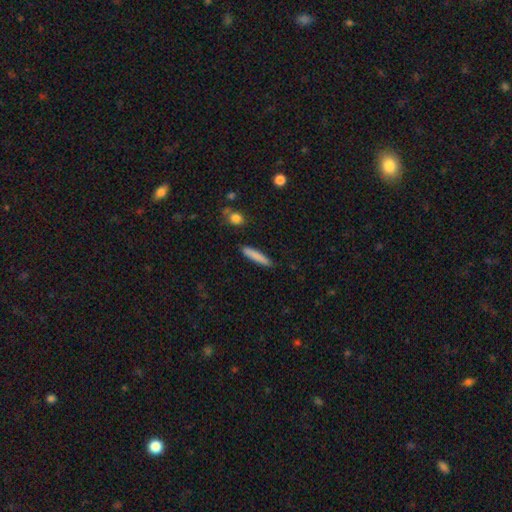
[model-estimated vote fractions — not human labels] smooth_or_featured: smooth (p=0.82) [alt: featured or disk p=0.11]
how_rounded: cigar-shaped (p=0.90) [alt: in between p=0.09]
merging: none (p=0.87) [alt: minor disturbance p=0.09]